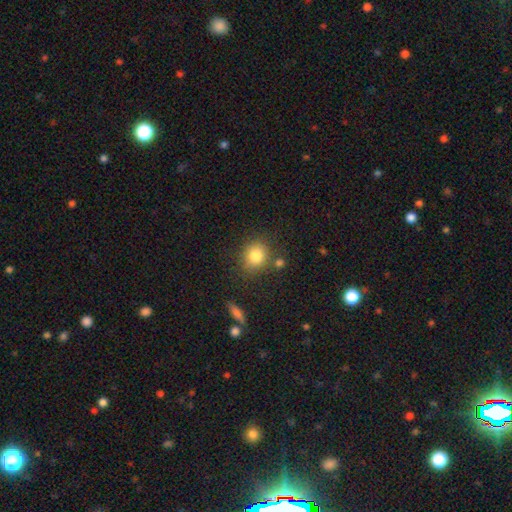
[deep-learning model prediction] A smooth galaxy with no disk features (82%) that is round (71%). Merging: none (76%).